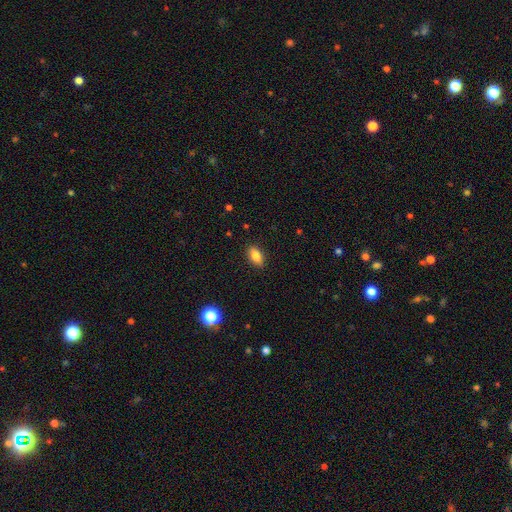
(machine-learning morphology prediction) smooth 83%, star or artifact 9%, featured or disk 9%. Down the decision tree: how rounded — in between (86%); merging — none (88%).